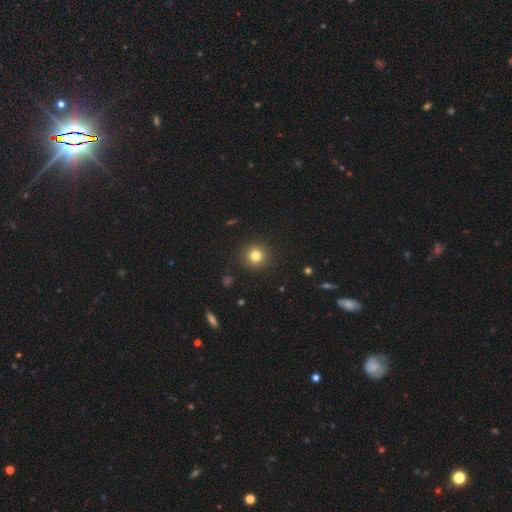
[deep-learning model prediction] Smooth or featured: smooth — 80% (star or artifact — 13%)
How rounded: round — 94% (in between — 5%)
Merging: none — 91% (minor disturbance — 5%)